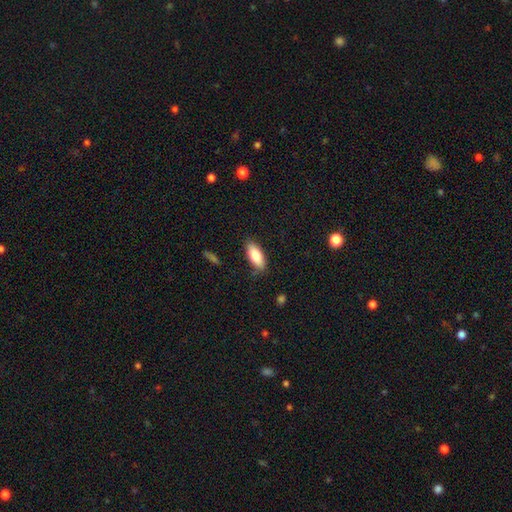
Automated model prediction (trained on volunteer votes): Smooth or featured? Predicted: smooth (p=0.82). How rounded? Predicted: in between (p=0.80). Merging? Predicted: none (p=0.82).